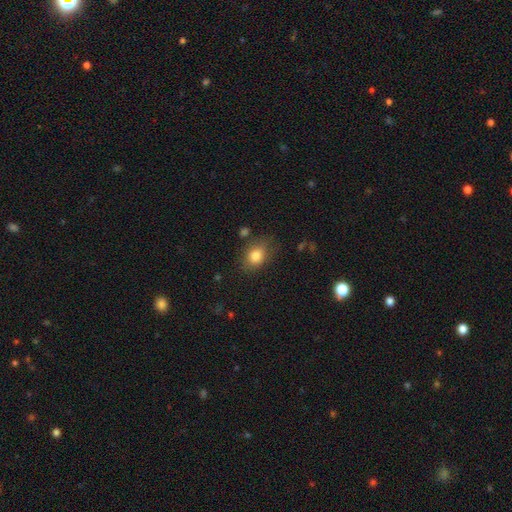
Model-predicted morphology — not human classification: This appears to be a smooth galaxy with no disk features (82%) that is in between round and cigar-shaped (70%). Merging: none (72%).